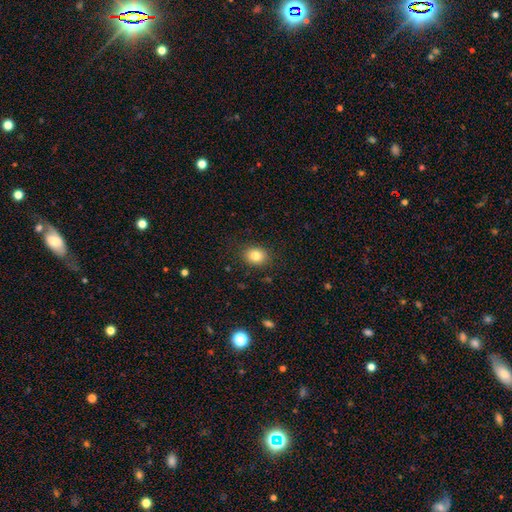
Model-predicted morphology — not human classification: type=smooth (82%); roundness=round (57%); merging=none (87%).